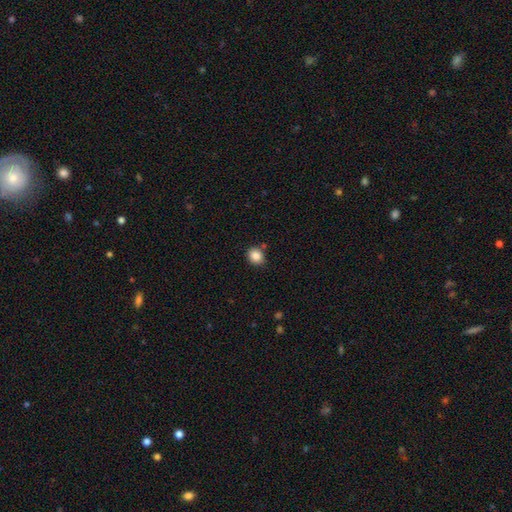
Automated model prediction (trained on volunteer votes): The model was most divided on "how rounded": round: 70%, in between: 29%, cigar-shaped: 1%. More confident: smooth or featured — smooth (86%); merging — none (82%).